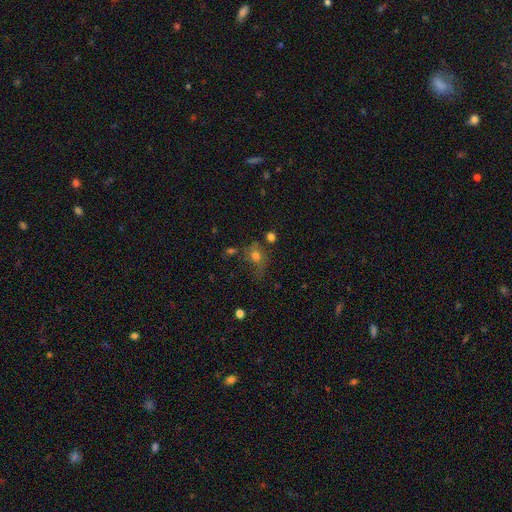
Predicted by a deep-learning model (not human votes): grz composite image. It shows a smooth galaxy with no disk features (61%) that is round (55%). Merging: none (44%).